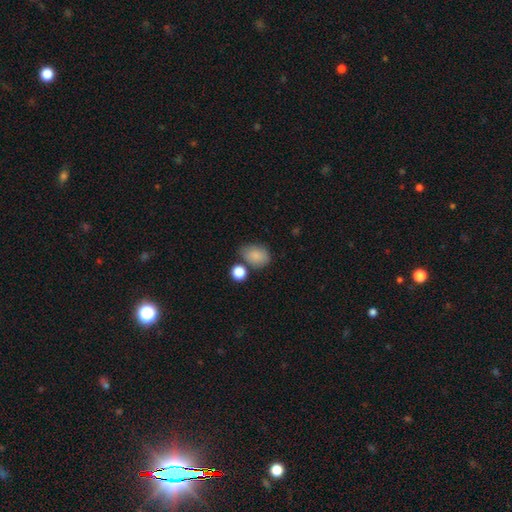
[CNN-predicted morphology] smooth-or-featured: smooth: 84% | star or artifact: 9% | featured or disk: 7%
  how-rounded: in between: 73% | round: 26% | cigar-shaped: 1%
  merging: none: 61% | minor disturbance: 21% | merger: 12% | major disturbance: 6%